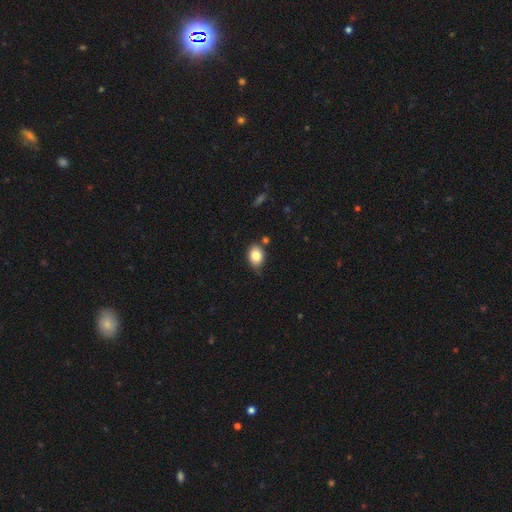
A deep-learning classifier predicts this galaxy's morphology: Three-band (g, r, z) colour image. It shows a smooth galaxy with no disk features (82%) that is in between round and cigar-shaped (66%). Merging: none (66%).